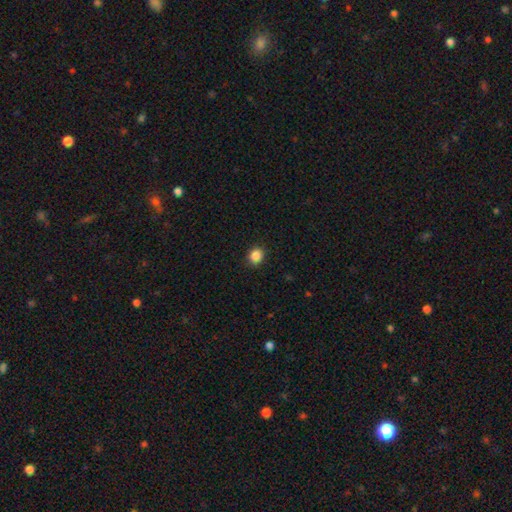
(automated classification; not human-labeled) Q: Smooth or featured?
A: smooth (87%); runner-up: star or artifact (10%)
Q: How rounded?
A: round (76%); runner-up: in between (24%)
Q: Merging?
A: none (91%); runner-up: minor disturbance (6%)